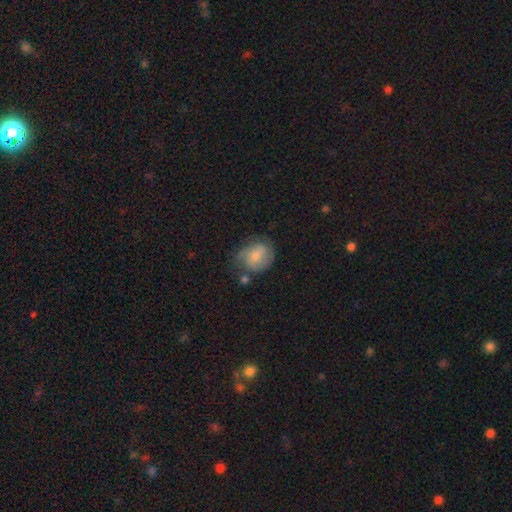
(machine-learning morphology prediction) Smooth or featured: smooth — 56% (featured or disk — 37%)
How rounded: round — 54% (in between — 45%)
Merging: none — 53% (minor disturbance — 28%)